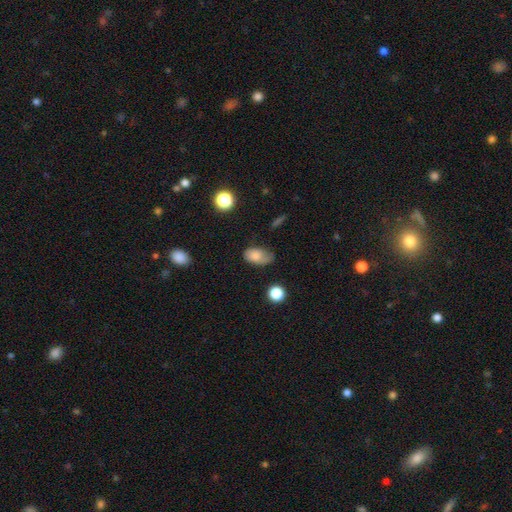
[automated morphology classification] Smooth or featured: smooth — 76% (featured or disk — 15%)
How rounded: in between — 90% (round — 9%)
Merging: none — 48% (minor disturbance — 36%)